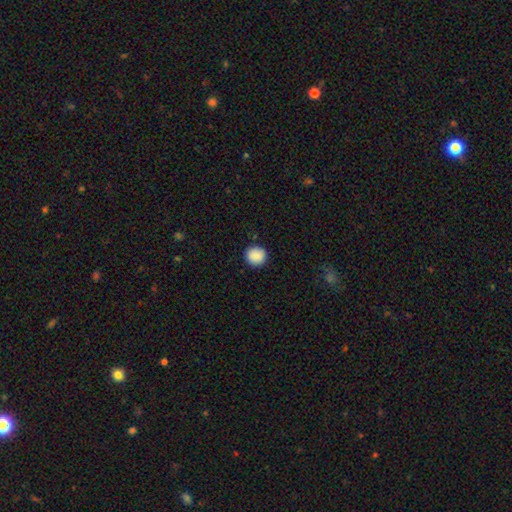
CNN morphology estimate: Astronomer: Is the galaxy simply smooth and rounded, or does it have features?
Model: smooth — 89%.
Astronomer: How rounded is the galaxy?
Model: round — 92%.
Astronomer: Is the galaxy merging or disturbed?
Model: none — 90%.